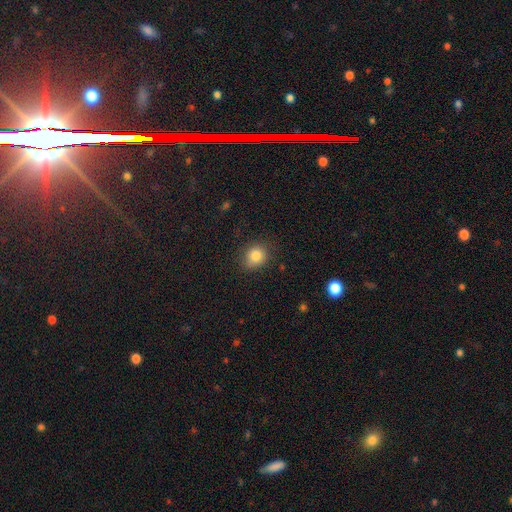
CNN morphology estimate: smooth-or-featured: smooth: 83% | star or artifact: 10% | featured or disk: 6%
  how-rounded: round: 69% | in between: 30% | cigar-shaped: 1%
  merging: none: 80% | minor disturbance: 15% | major disturbance: 4% | merger: 1%